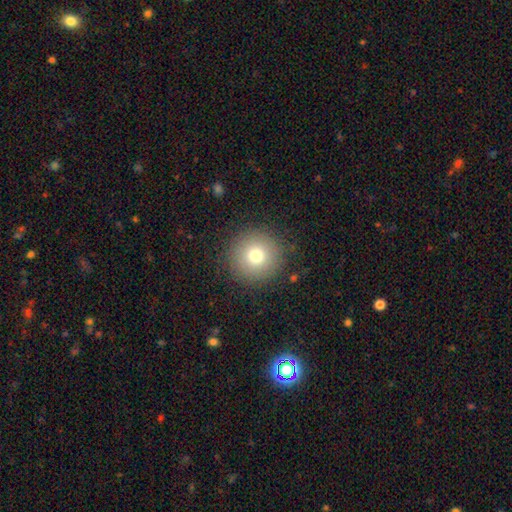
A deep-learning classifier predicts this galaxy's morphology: smooth-or-featured: smooth: 76% | star or artifact: 13% | featured or disk: 11%
  how-rounded: round: 96% | in between: 3% | cigar-shaped: 1%
  merging: none: 89% | minor disturbance: 7% | major disturbance: 3% | merger: 1%